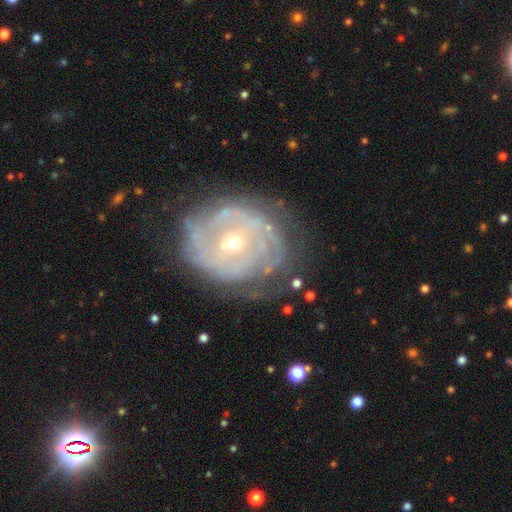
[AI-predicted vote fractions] This appears to be a featured or disk galaxy (83%) with no bar (40%), tight (77%) spiral arms (93%) and a small central bulge (48%, tied with moderate). Merging: none (75%).